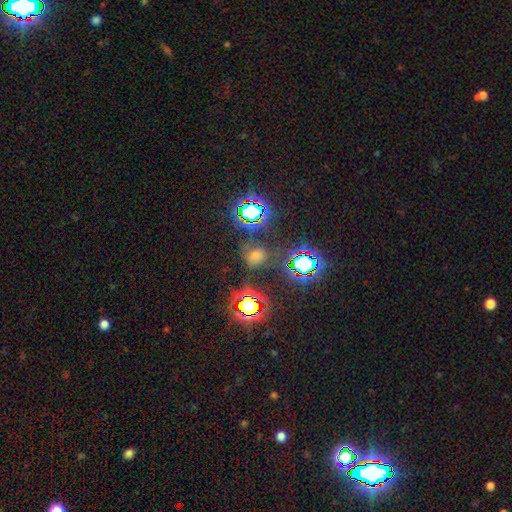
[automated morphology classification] smooth-or-featured: star or artifact: 53% | smooth: 40% | featured or disk: 7%